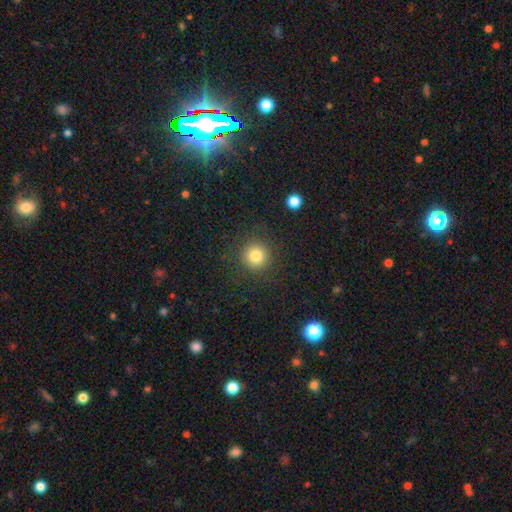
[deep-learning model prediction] Smooth or featured: smooth — 81% (star or artifact — 12%)
How rounded: round — 94% (in between — 5%)
Merging: none — 89% (minor disturbance — 6%)